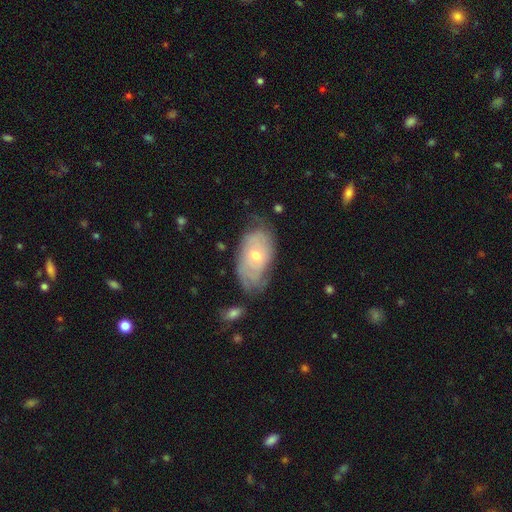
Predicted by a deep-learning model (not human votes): Morphology: type=featured or disk (61%); edge-on=no (92%); bar=no (79%); spiral arms=yes (69%); bulge=moderate (57%); merging=none (55%).